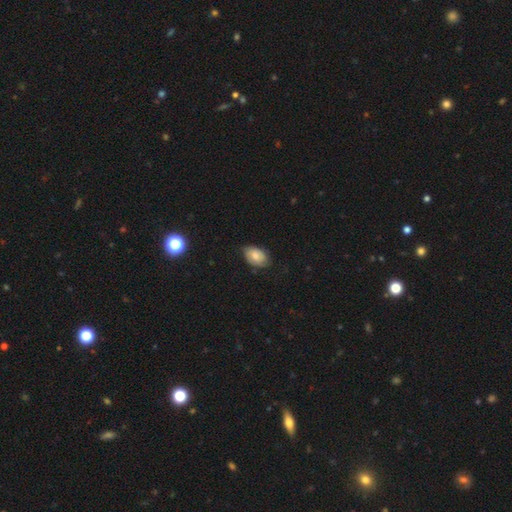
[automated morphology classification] Smooth or featured: smooth — 70% (featured or disk — 22%)
How rounded: in between — 90% (round — 9%)
Merging: none — 70% (minor disturbance — 25%)